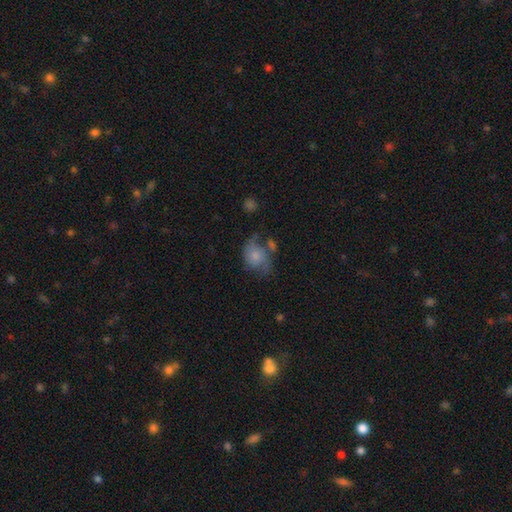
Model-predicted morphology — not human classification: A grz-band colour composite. It shows a smooth galaxy with no disk features (56%) that is in between round and cigar-shaped (57%). Merging: none (36%).